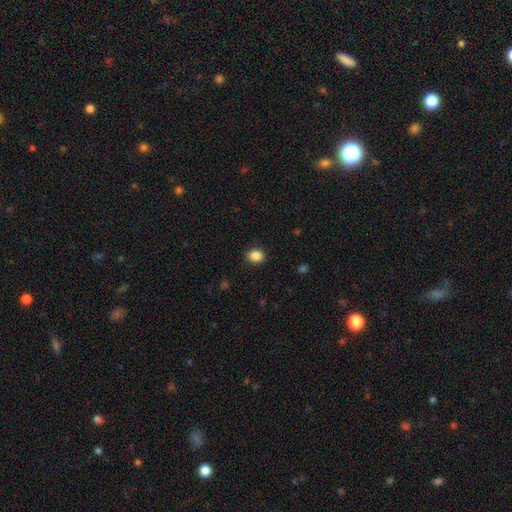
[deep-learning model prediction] smooth_or_featured: smooth (p=0.87) [alt: star or artifact p=0.09]
how_rounded: in between (p=0.50) [alt: round p=0.49]
merging: none (p=0.90) [alt: minor disturbance p=0.07]